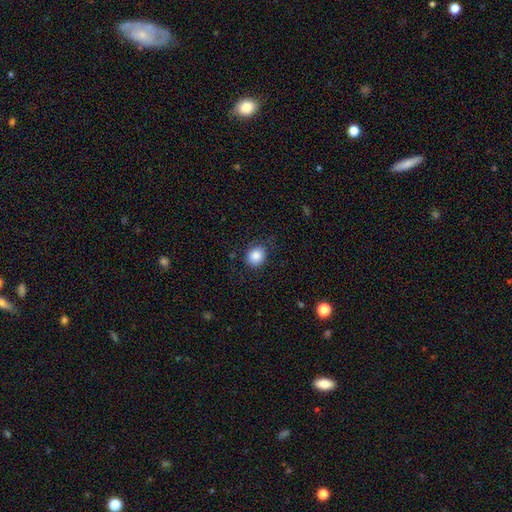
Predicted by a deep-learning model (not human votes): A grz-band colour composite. It shows a smooth galaxy with no disk features (86%) that is round (78%). Merging: none (79%).